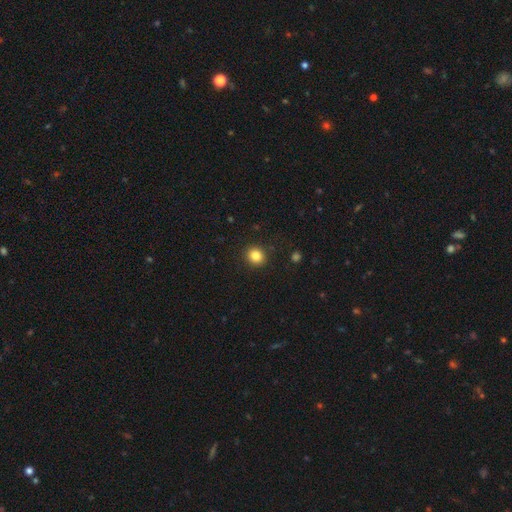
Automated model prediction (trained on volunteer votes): smooth-or-featured: smooth: 83% | star or artifact: 11% | featured or disk: 6%
  how-rounded: round: 87% | in between: 12% | cigar-shaped: 1%
  merging: none: 92% | minor disturbance: 5% | major disturbance: 2% | merger: 1%